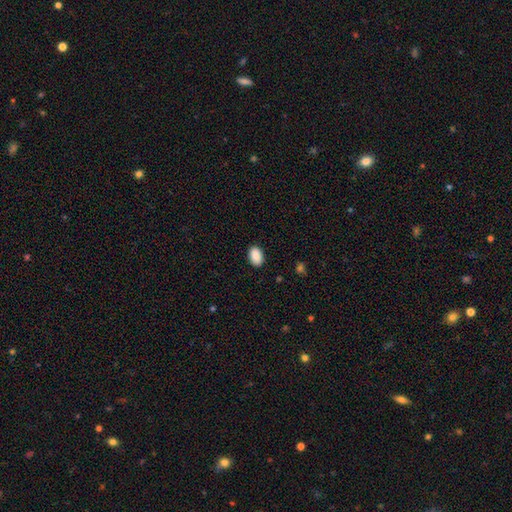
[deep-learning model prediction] The model was most divided on "how rounded": in between: 89%, round: 10%, cigar-shaped: 1%. More confident: smooth or featured — smooth (90%); merging — none (89%).